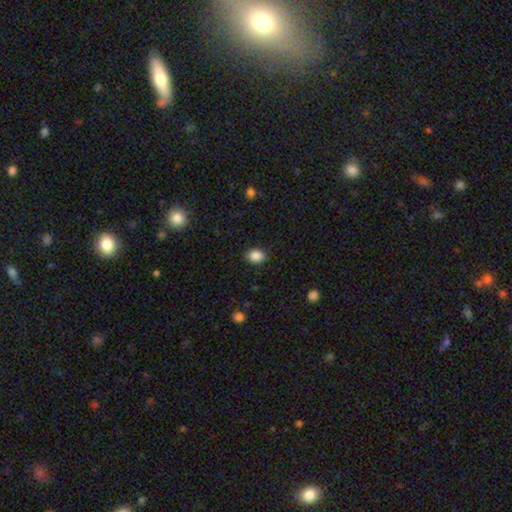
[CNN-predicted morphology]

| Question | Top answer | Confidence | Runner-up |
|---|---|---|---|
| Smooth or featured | smooth | 88% | star or artifact (9%) |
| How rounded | in between | 64% | round (35%) |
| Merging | none | 89% | minor disturbance (8%) |